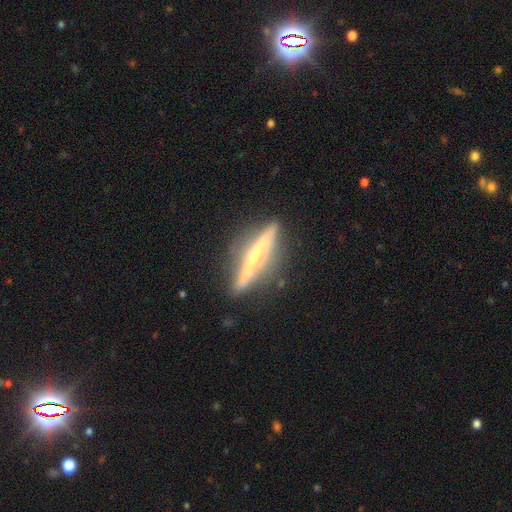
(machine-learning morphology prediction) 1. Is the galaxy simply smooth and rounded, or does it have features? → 70% featured or disk, 24% smooth, 6% star or artifact.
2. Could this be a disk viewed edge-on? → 93% yes, 7% no.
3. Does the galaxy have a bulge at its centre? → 56% none, 34% rounded, 10% boxy.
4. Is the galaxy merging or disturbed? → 83% none, 12% minor disturbance, 3% major disturbance, 2% merger.